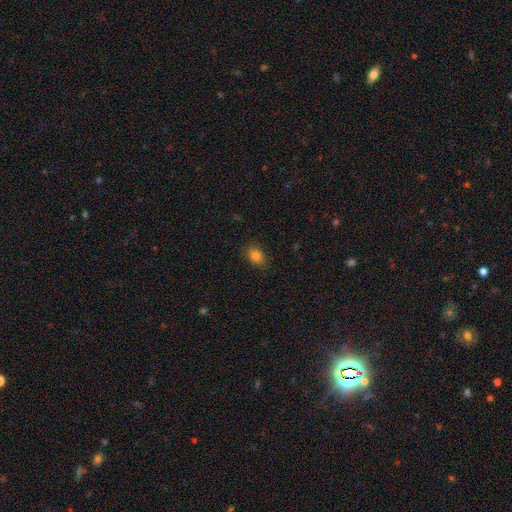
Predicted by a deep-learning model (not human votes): A smooth galaxy with no disk features (82%) that is in between round and cigar-shaped (67%). Merging: none (84%).